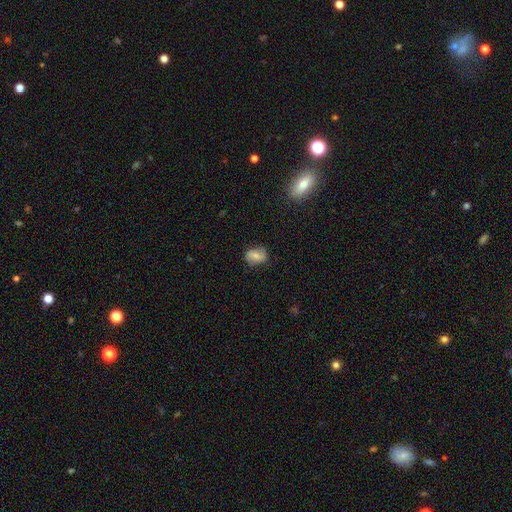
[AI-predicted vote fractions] This appears to be a smooth galaxy with no disk features (51%) that is in between round and cigar-shaped (61%). Merging: none (76%).